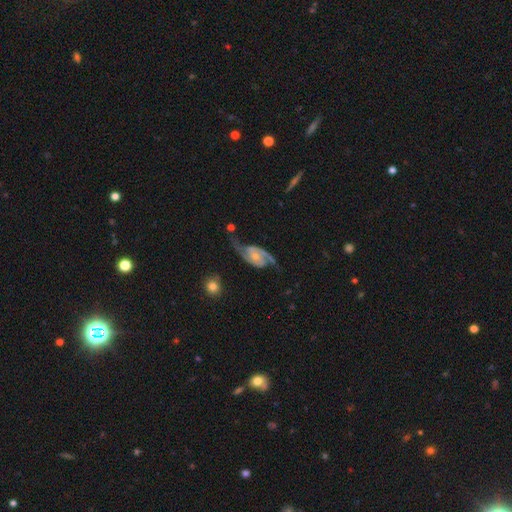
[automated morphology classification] Smooth or featured: featured or disk — 90% (smooth — 6%)
Edge-on disk: no — 96% (yes — 4%)
Bar: no — 52% (weak — 36%)
Spiral arms: yes — 97% (no — 3%)
Spiral winding: medium — 50% (loose — 30%)
Spiral arm count: 2 — 92% (can't tell — 3%)
Bulge size: small — 52% (moderate — 36%)
Merging: none — 62% (minor disturbance — 21%)